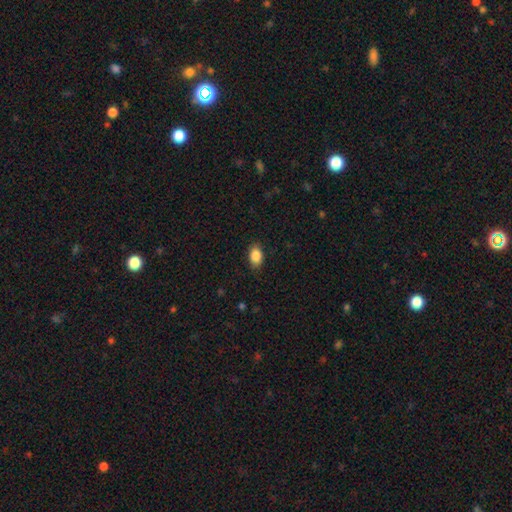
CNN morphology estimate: Smooth or featured: smooth — 88% (star or artifact — 7%)
How rounded: in between — 86% (round — 12%)
Merging: none — 85% (minor disturbance — 11%)